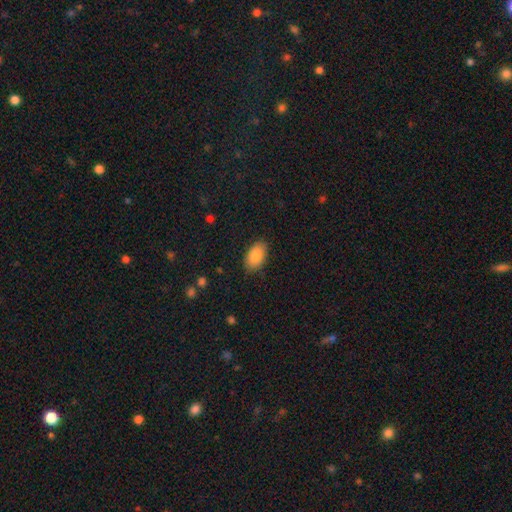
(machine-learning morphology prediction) The model was most divided on "merging": none: 85%, minor disturbance: 11%, major disturbance: 3%, merger: 1%. More confident: how rounded — in between (93%); smooth or featured — smooth (86%).